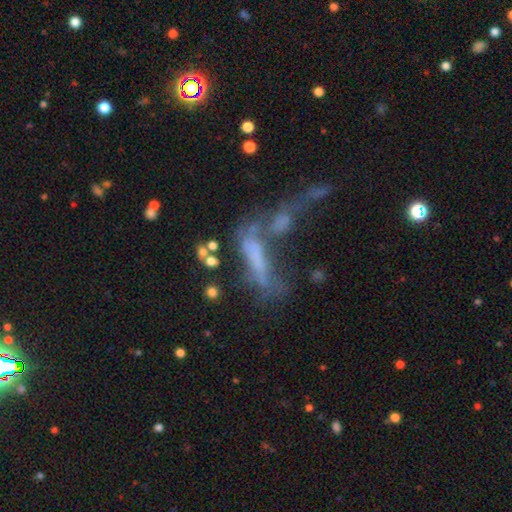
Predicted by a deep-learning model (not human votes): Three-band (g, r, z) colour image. It shows a featured or disk galaxy (40%). Merging: merger (45%).